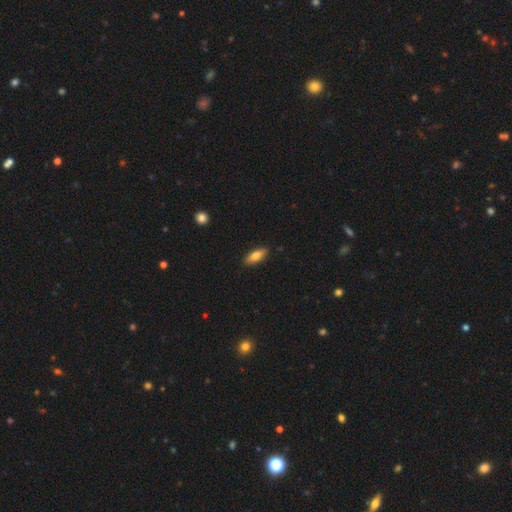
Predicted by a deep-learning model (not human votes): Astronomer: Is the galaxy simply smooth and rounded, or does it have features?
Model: smooth — 81%.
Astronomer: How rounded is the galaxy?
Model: in between — 75%.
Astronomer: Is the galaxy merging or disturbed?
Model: none — 88%.